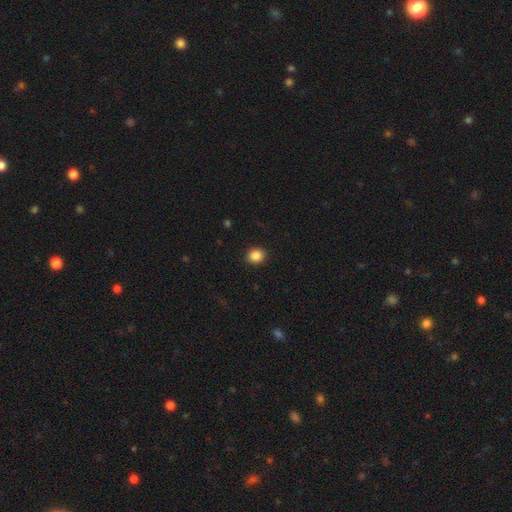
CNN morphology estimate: type=smooth (87%); roundness=round (83%); merging=none (92%).